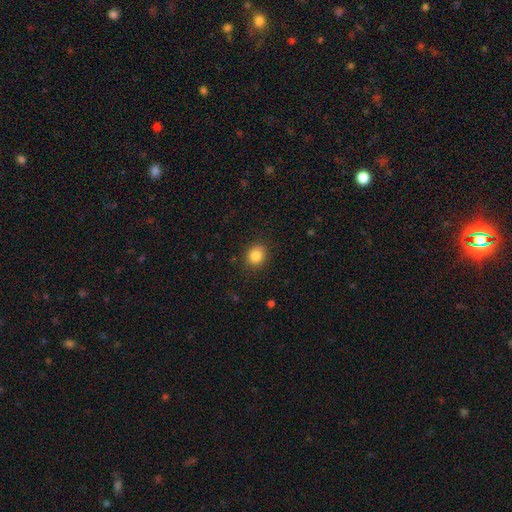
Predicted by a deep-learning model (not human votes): Smooth or featured? smooth (85%)
How rounded? round (75%)
Merging? none (88%)